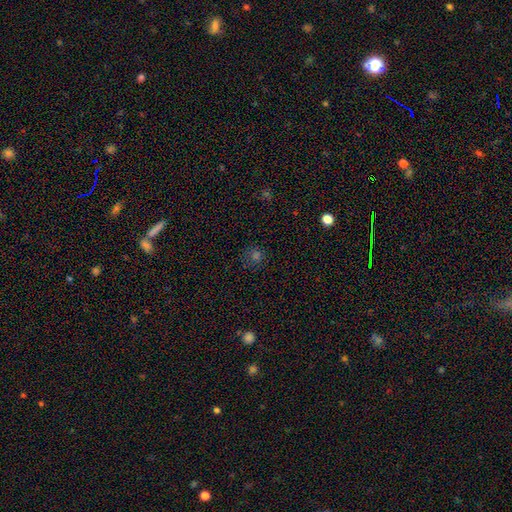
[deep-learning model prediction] smooth_or_featured: smooth (p=0.60) [alt: star or artifact p=0.32]
how_rounded: round (p=0.89) [alt: in between p=0.10]
merging: none (p=0.82) [alt: minor disturbance p=0.11]